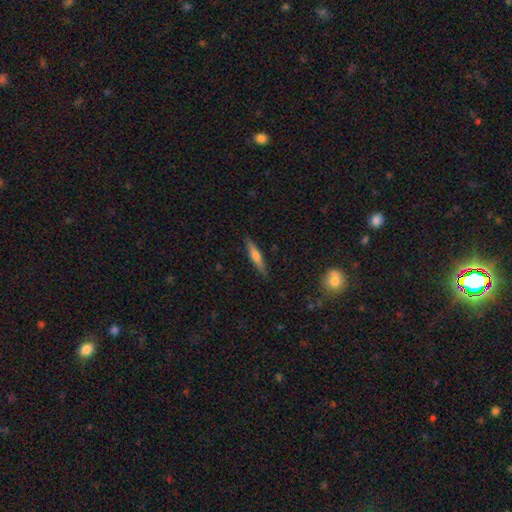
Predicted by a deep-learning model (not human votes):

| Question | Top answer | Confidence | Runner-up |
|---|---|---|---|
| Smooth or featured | smooth | 50% | featured or disk (44%) |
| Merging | none | 88% | minor disturbance (9%) |